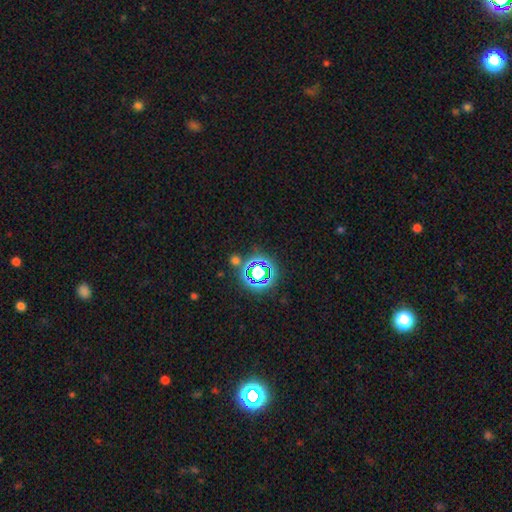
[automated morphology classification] A star or artifact, not a galaxy (77%).